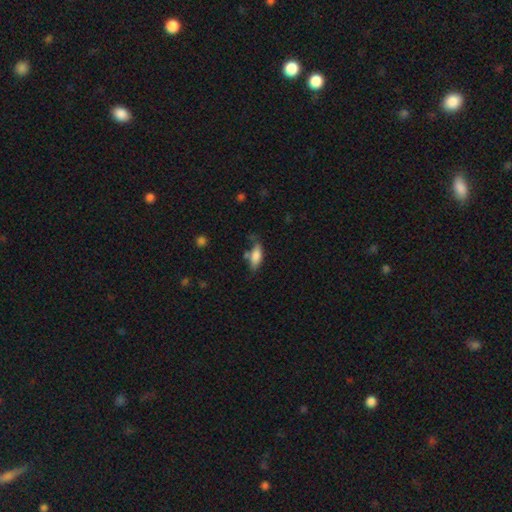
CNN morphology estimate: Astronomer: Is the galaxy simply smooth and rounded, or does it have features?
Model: smooth — 78%.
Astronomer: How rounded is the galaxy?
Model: in between — 72%.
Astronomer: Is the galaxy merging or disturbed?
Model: none — 58%.